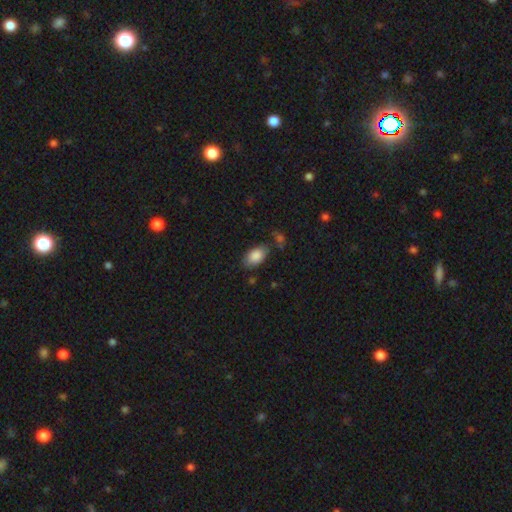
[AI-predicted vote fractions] Smooth or featured? Predicted: smooth (p=0.87). How rounded? Predicted: in between (p=0.92). Merging? Predicted: none (p=0.74).